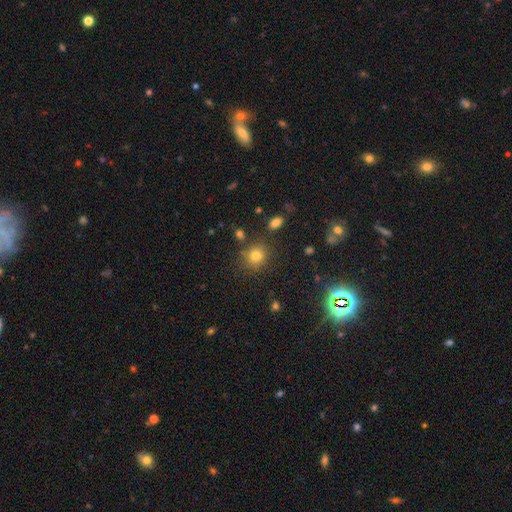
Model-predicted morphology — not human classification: smooth_or_featured: smooth (p=0.78) [alt: star or artifact p=0.15]
how_rounded: round (p=0.79) [alt: in between p=0.20]
merging: none (p=0.77) [alt: minor disturbance p=0.12]